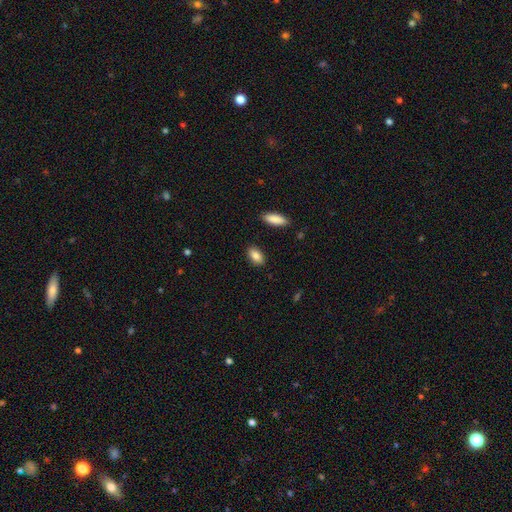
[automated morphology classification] smooth 86%, star or artifact 7%, featured or disk 6%. Down the decision tree: how rounded — in between (90%); merging — none (88%).